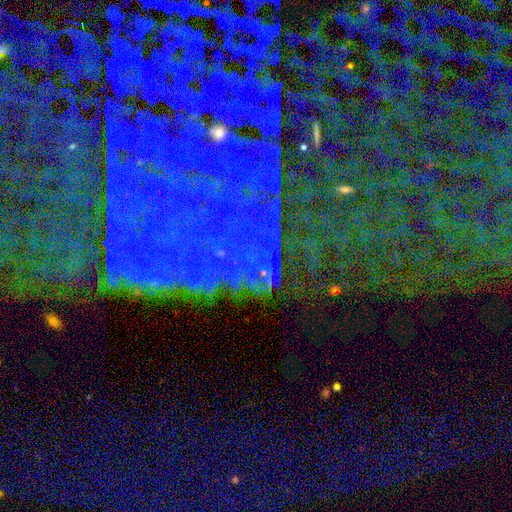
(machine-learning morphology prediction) Smooth or featured: star or artifact — 81% (featured or disk — 11%)